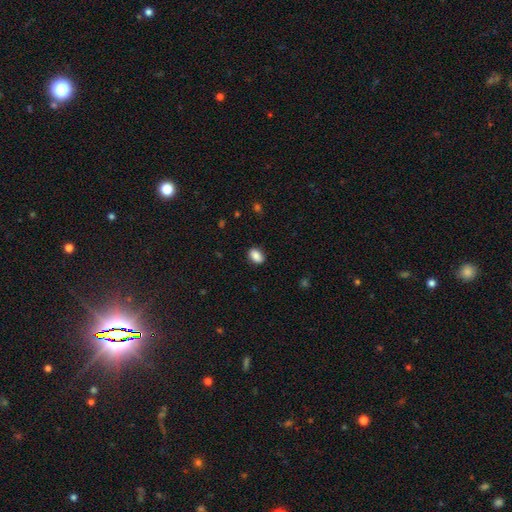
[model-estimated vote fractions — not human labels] This is clearly a smooth galaxy (88%). How rounded: clearly in between (83%). Merging: clearly none (88%).